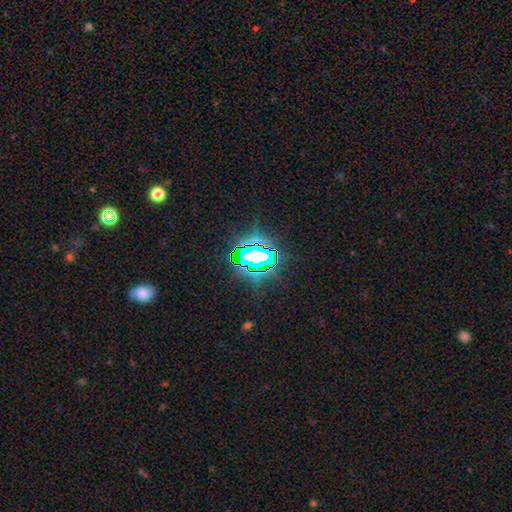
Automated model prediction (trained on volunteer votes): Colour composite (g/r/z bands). It shows a star or artifact, not a galaxy (72%).